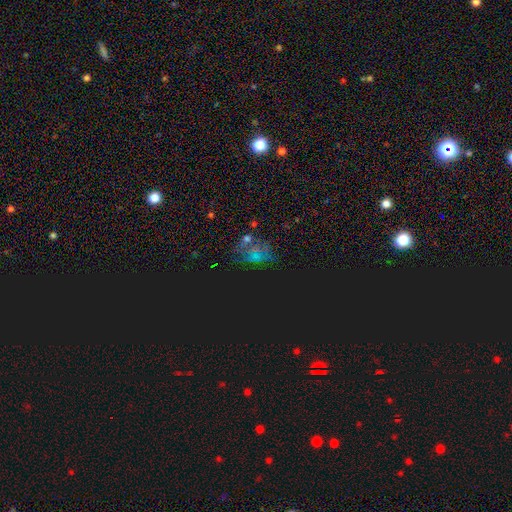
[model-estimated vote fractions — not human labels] Morphology: type=star or artifact (55%).